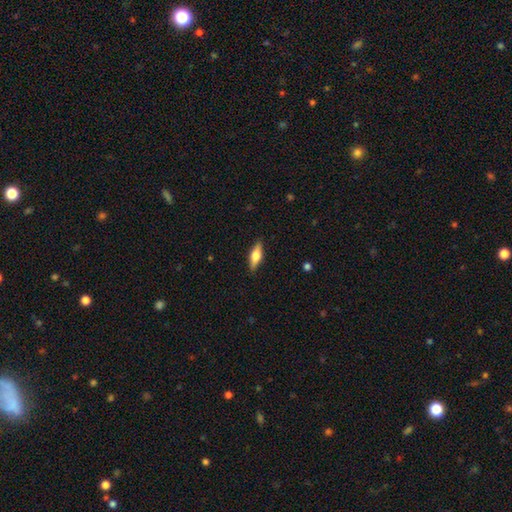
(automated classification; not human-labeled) Q: Smooth or featured?
A: smooth (53%); runner-up: featured or disk (40%)
Q: How rounded?
A: in between (57%); runner-up: cigar-shaped (40%)
Q: Merging?
A: none (87%); runner-up: minor disturbance (10%)